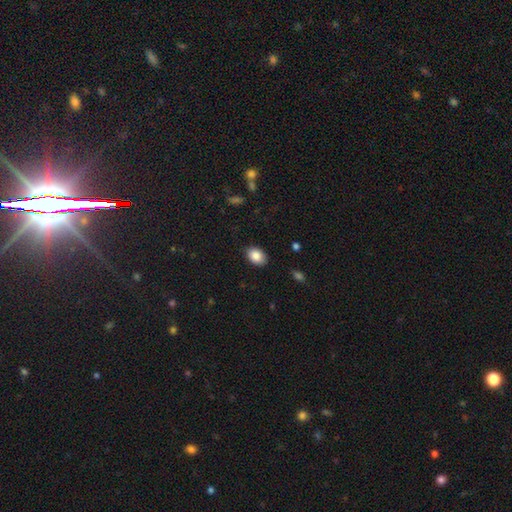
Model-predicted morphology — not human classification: smooth 86%, star or artifact 8%, featured or disk 6%. Down the decision tree: how rounded — in between (82%); merging — none (86%).